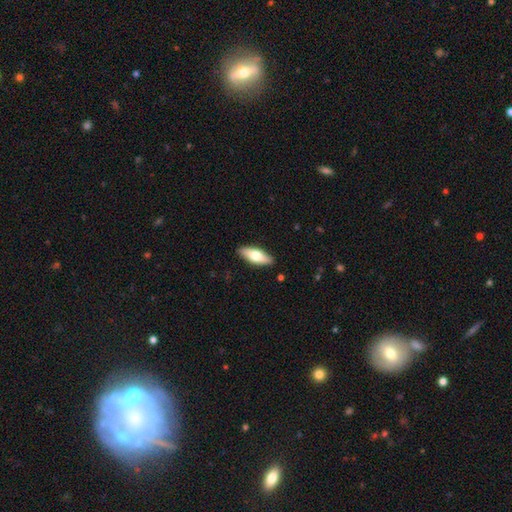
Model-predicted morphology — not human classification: Overall: smooth (61%; featured or disk 33%). How rounded: in between (64%; cigar-shaped 34%). Merging: none (88%).